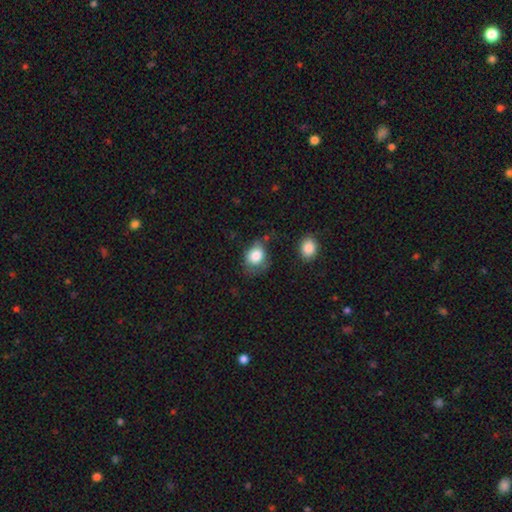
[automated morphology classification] This is clearly a smooth galaxy (83%). How rounded: possibly round (54%). Merging: possibly none (48%).